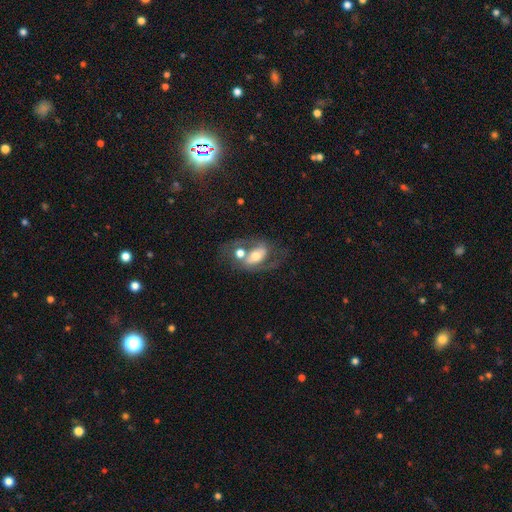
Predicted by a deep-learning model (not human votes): This is possibly a featured or disk galaxy (60%). It is clearly not viewed edge-on (95%). Bar: possibly no (51%). Spiral arm pattern: likely yes (67%). Central bulge: likely moderate (62%). Merging: possibly merger (47%).